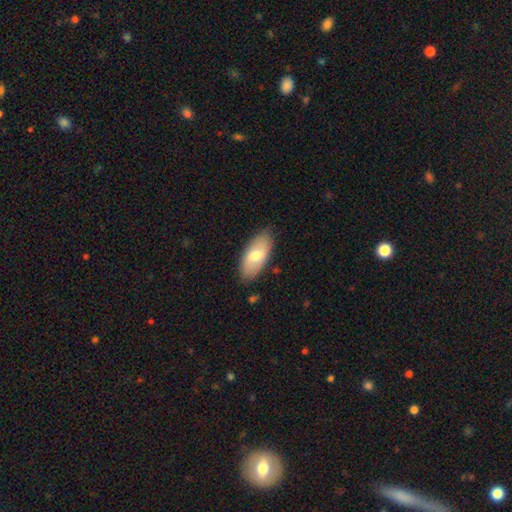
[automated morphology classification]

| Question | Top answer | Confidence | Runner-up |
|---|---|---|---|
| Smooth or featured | smooth | 67% | featured or disk (28%) |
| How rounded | in between | 91% | cigar-shaped (6%) |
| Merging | none | 82% | minor disturbance (14%) |